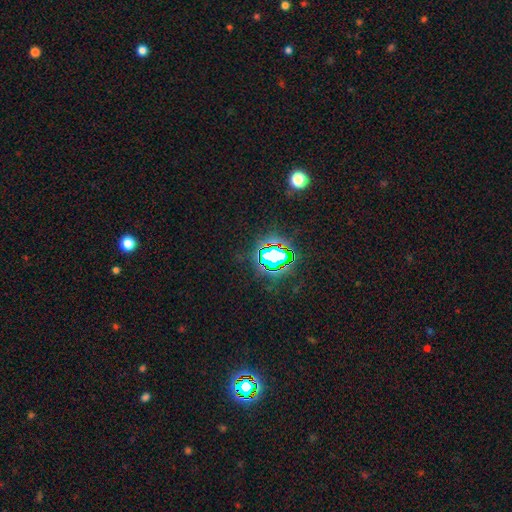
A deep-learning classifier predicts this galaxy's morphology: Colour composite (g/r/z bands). It shows a star or artifact, not a galaxy (82%).